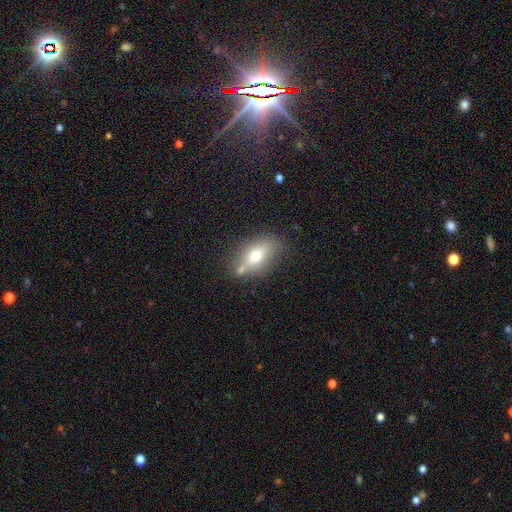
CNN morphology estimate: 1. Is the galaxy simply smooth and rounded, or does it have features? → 63% smooth, 26% featured or disk, 10% star or artifact.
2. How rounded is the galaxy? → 79% in between, 14% round, 7% cigar-shaped.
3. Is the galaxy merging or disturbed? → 59% none, 18% merger, 17% minor disturbance, 6% major disturbance.